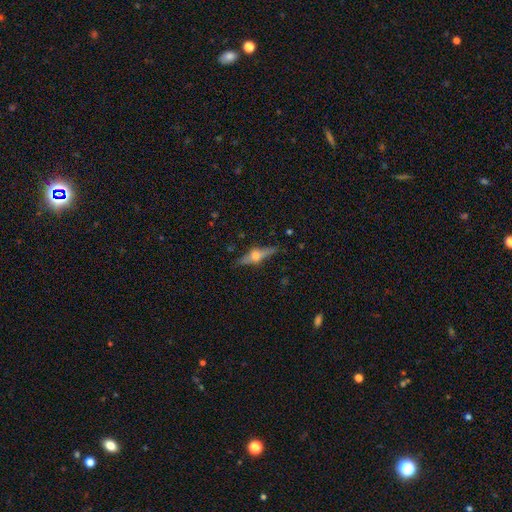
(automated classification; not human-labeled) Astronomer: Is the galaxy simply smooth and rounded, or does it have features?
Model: featured or disk — 71%.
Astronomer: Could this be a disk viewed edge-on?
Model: yes — 96%.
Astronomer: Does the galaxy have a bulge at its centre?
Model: rounded — 95%.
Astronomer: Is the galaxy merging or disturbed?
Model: none — 85%.